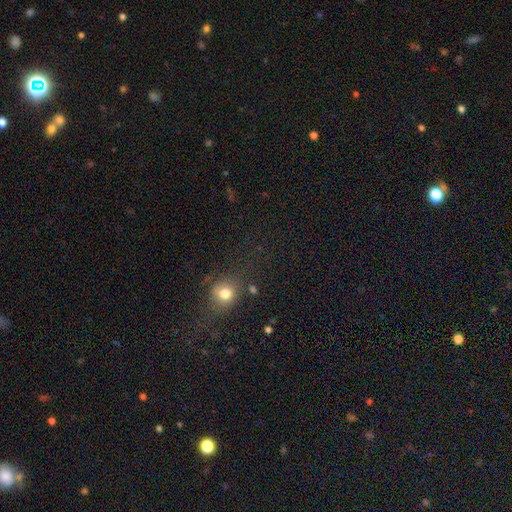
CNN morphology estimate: This appears to be a smooth galaxy with no disk features (44%). Merging: none (71%).